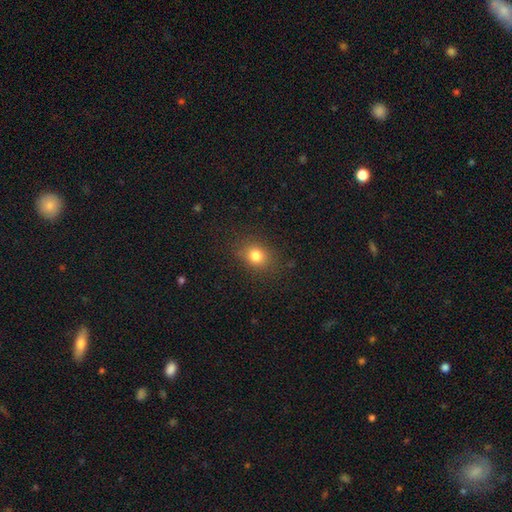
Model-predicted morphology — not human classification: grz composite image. It shows a smooth galaxy with no disk features (79%) that is round (58%). Merging: none (84%).